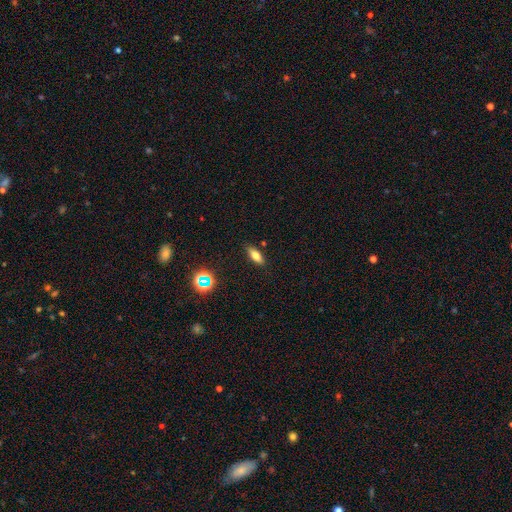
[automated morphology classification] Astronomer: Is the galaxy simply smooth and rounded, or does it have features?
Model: smooth — 68%.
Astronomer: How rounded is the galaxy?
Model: in between — 69%.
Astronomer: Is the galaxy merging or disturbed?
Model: none — 87%.